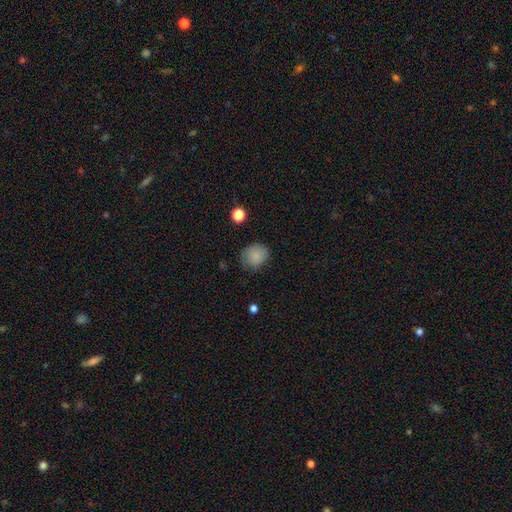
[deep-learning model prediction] A smooth galaxy with no disk features (85%) that is round (68%). Merging: none (72%).